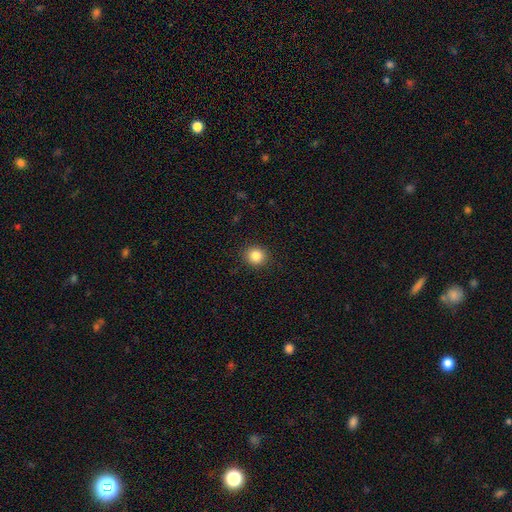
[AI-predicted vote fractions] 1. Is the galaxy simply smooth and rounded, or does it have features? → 85% smooth, 10% star or artifact, 5% featured or disk.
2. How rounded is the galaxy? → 88% round, 11% in between, 1% cigar-shaped.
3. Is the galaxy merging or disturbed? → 91% none, 6% minor disturbance, 2% major disturbance, 1% merger.